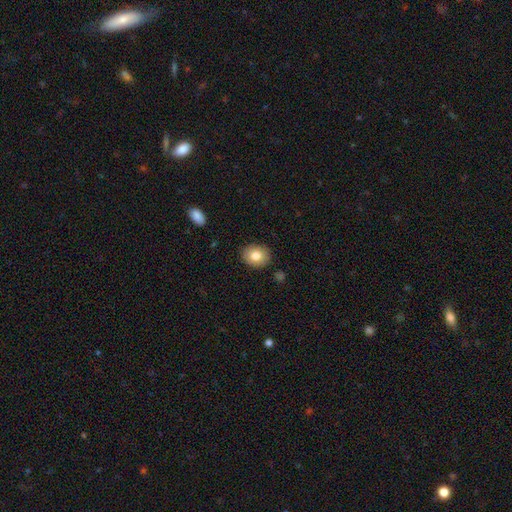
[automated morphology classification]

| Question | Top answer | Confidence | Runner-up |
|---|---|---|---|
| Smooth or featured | smooth | 81% | featured or disk (11%) |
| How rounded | round | 59% | in between (40%) |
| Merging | none | 89% | minor disturbance (8%) |